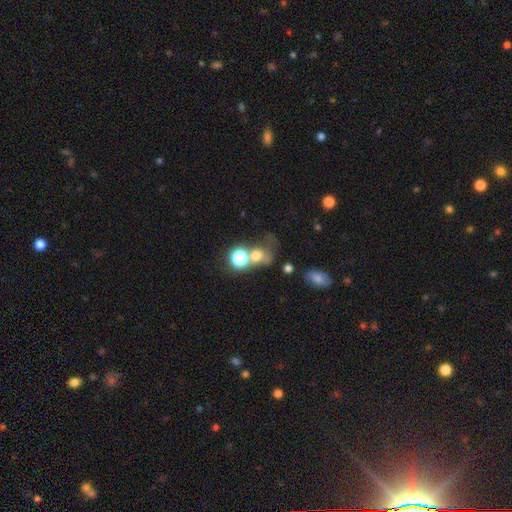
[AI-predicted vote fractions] smooth_or_featured: smooth (p=0.61) [alt: star or artifact p=0.23]
how_rounded: round (p=0.69) [alt: in between p=0.30]
merging: merger (p=0.39) [alt: none p=0.32]